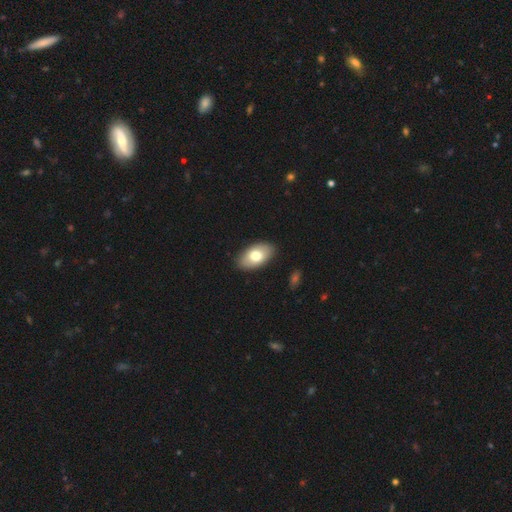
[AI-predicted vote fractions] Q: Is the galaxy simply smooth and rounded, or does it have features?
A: smooth — 74%.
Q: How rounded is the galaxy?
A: in between — 94%.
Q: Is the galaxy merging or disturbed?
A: none — 87%.